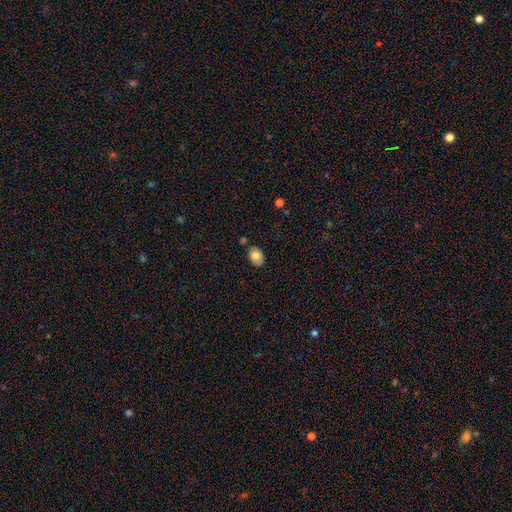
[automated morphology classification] A smooth galaxy with no disk features (78%) that is in between round and cigar-shaped (85%). Merging: none (79%).